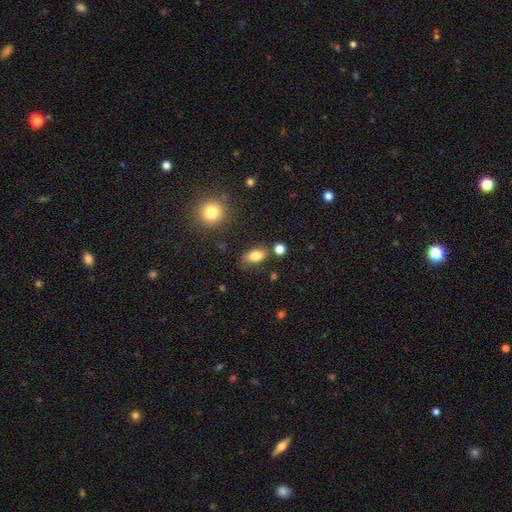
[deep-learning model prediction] smooth_or_featured: smooth (p=0.81) [alt: featured or disk p=0.10]
how_rounded: in between (p=0.86) [alt: round p=0.10]
merging: none (p=0.74) [alt: minor disturbance p=0.15]